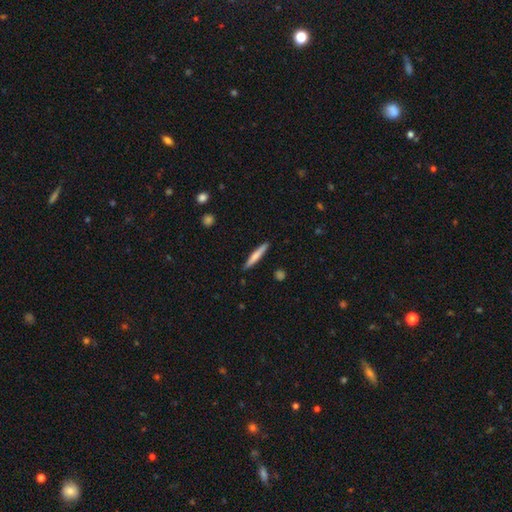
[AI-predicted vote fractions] Morphology: type=smooth (65%); roundness=cigar-shaped (94%); merging=none (89%).